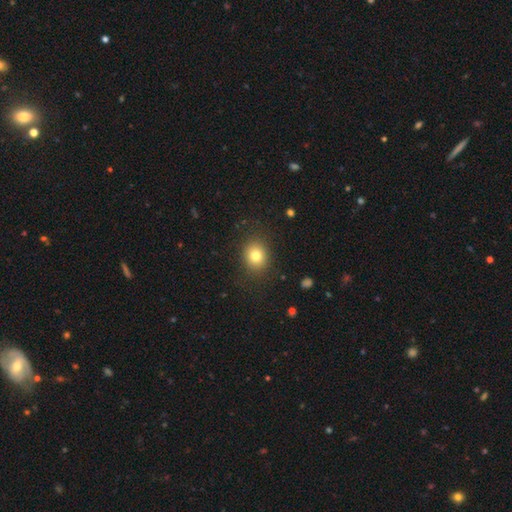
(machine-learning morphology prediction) Smooth or featured: smooth — 80% (star or artifact — 12%)
How rounded: round — 66% (in between — 33%)
Merging: none — 87% (minor disturbance — 9%)